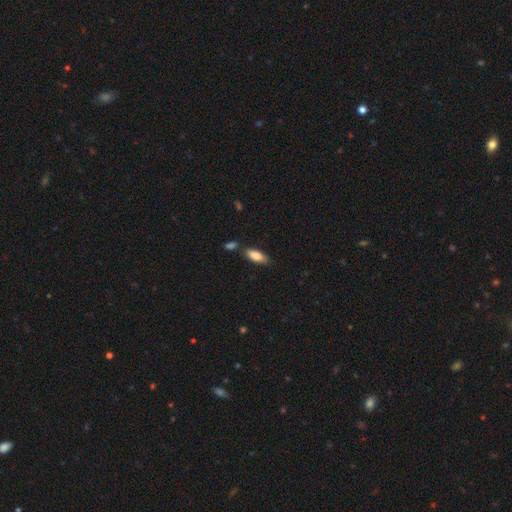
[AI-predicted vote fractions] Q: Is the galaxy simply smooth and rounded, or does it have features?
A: smooth — 82%.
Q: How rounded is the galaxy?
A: in between — 74%.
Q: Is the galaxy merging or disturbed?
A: none — 75%.